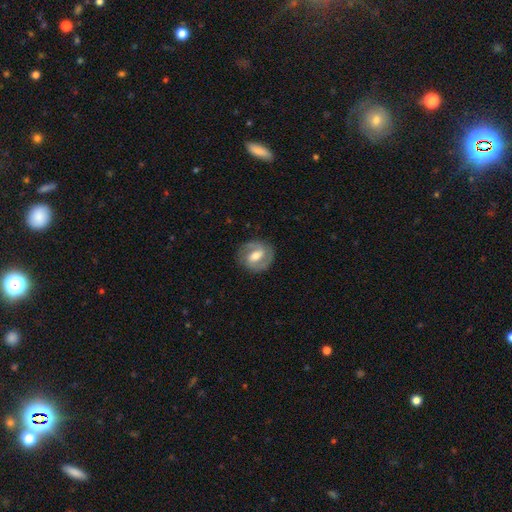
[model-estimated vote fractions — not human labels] The model was most divided on "spiral winding": medium: 44%, tight: 42%, loose: 14%. Remaining: edge-on disk — no (97%); spiral arm count — 2 (86%); spiral arms — yes (84%); merging — none (84%); smooth or featured — featured or disk (74%); bulge size — moderate (67%); bar — weak (47%).